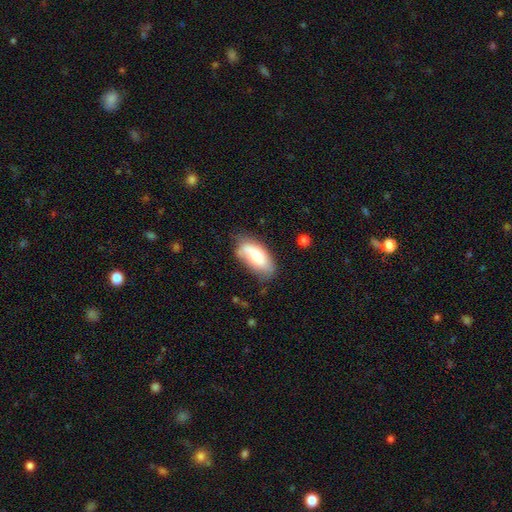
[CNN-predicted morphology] smooth_or_featured: smooth (p=0.68) [alt: featured or disk p=0.25]
how_rounded: in between (p=0.90) [alt: cigar-shaped p=0.08]
merging: none (p=0.55) [alt: minor disturbance p=0.31]